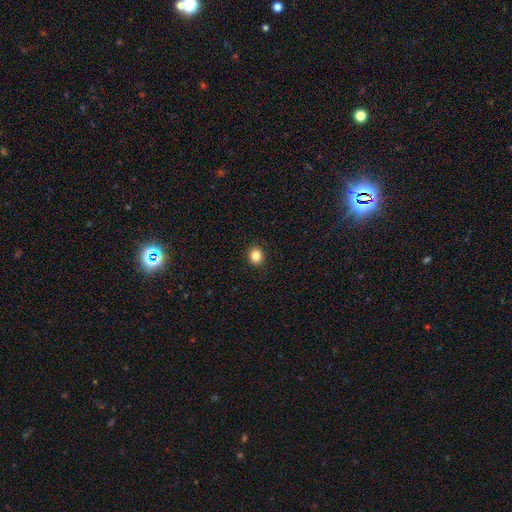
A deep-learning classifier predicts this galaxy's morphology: type=smooth (85%); roundness=round (74%); merging=none (91%).